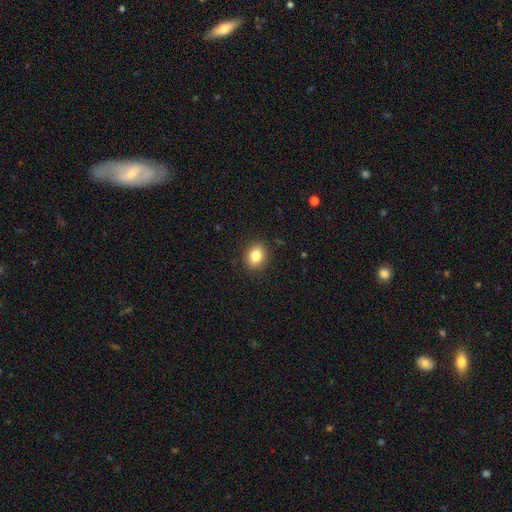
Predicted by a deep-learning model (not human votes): Q: Smooth or featured?
A: smooth (83%); runner-up: star or artifact (10%)
Q: How rounded?
A: round (53%); runner-up: in between (46%)
Q: Merging?
A: none (89%); runner-up: minor disturbance (8%)